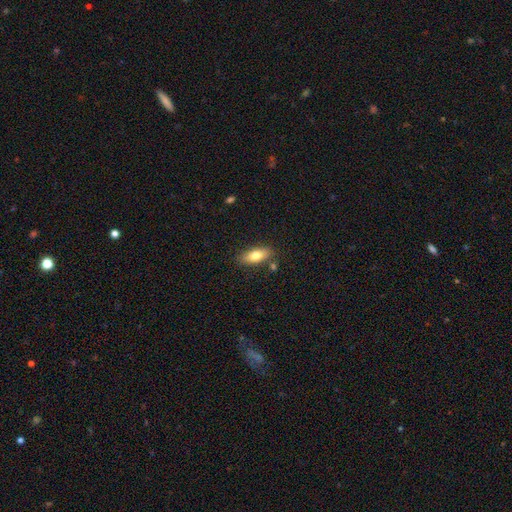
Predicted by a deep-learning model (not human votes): Smooth or featured?
  - smooth: 73% *
  - featured or disk: 20%
  - star or artifact: 7%
How rounded?
  - in between: 79% *
  - cigar-shaped: 18%
  - round: 3%
Merging?
  - none: 80% *
  - minor disturbance: 12%
  - merger: 5%
  - major disturbance: 3%